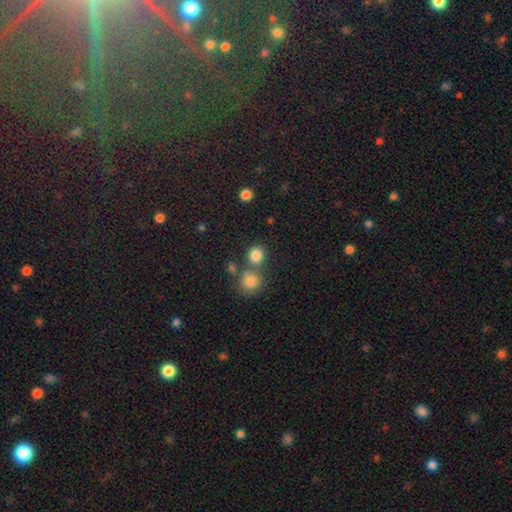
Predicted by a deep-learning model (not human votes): The model was most divided on "merging": none: 63%, merger: 24%, minor disturbance: 9%, major disturbance: 4%. More confident: smooth or featured — smooth (83%); how rounded — round (78%).